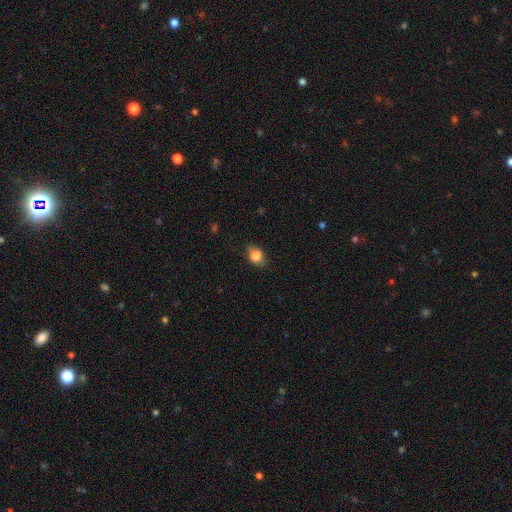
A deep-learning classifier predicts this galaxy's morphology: Q: Smooth or featured?
A: smooth (82%); runner-up: featured or disk (10%)
Q: How rounded?
A: in between (54%); runner-up: round (44%)
Q: Merging?
A: none (75%); runner-up: minor disturbance (20%)